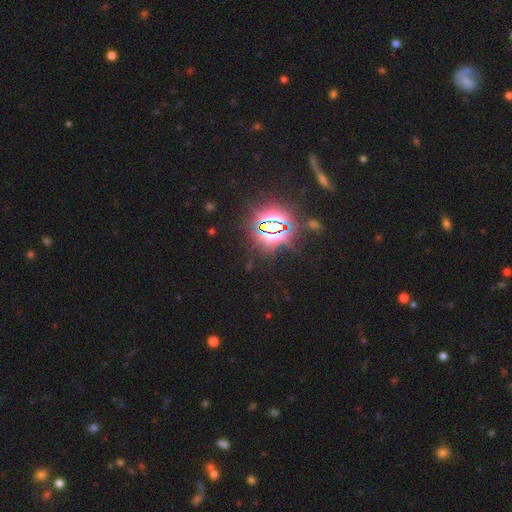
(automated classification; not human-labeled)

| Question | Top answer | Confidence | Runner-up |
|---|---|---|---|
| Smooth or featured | star or artifact | 82% | smooth (9%) |